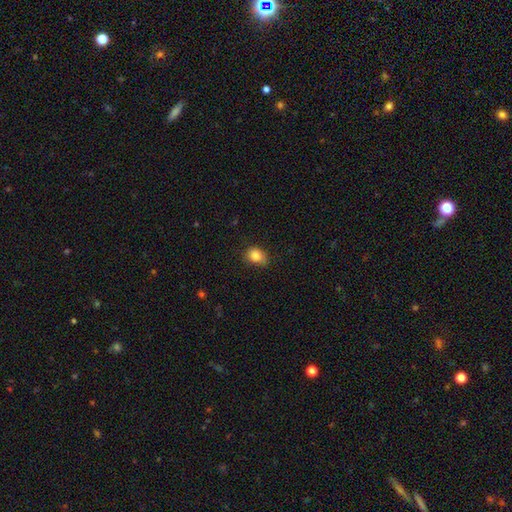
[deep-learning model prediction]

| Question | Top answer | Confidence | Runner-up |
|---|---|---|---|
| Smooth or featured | smooth | 85% | star or artifact (10%) |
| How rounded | in between | 51% | round (48%) |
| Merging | none | 71% | minor disturbance (23%) |